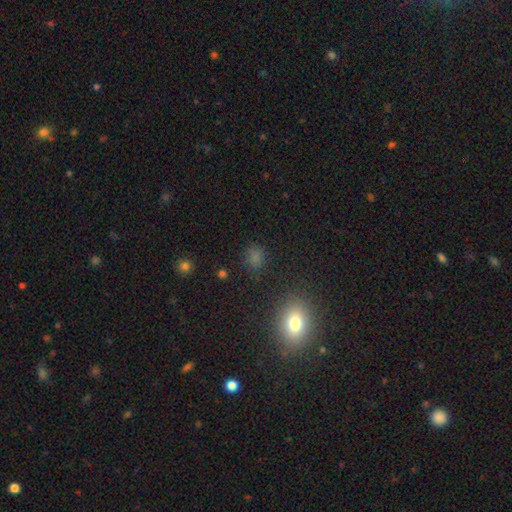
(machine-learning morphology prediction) smooth 65%, star or artifact 27%, featured or disk 7%. Down the decision tree: how rounded — round (60%); merging — none (83%).